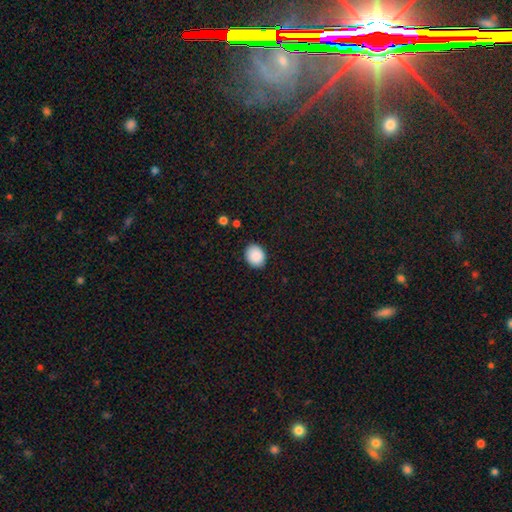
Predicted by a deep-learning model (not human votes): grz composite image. It shows a smooth galaxy with no disk features (89%) that is in between round and cigar-shaped (50%). Merging: none (88%).